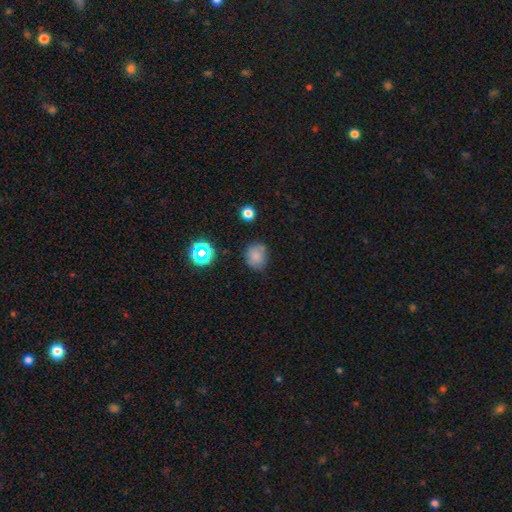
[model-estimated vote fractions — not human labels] Smooth or featured? smooth (75%)
How rounded? round (62%)
Merging? none (69%)